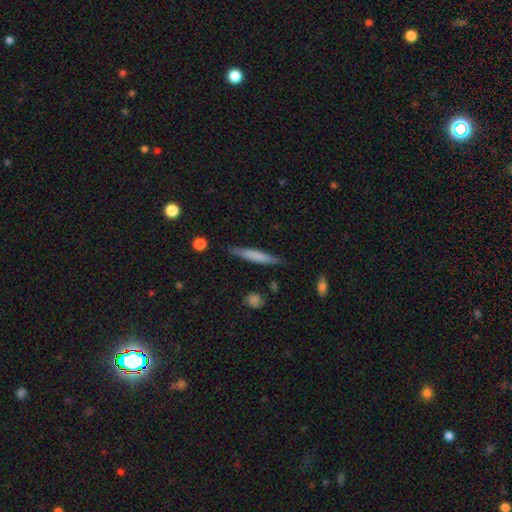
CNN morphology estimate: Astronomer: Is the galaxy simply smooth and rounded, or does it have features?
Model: smooth — 66%.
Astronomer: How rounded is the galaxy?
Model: cigar-shaped — 93%.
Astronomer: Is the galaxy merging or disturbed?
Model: none — 84%.